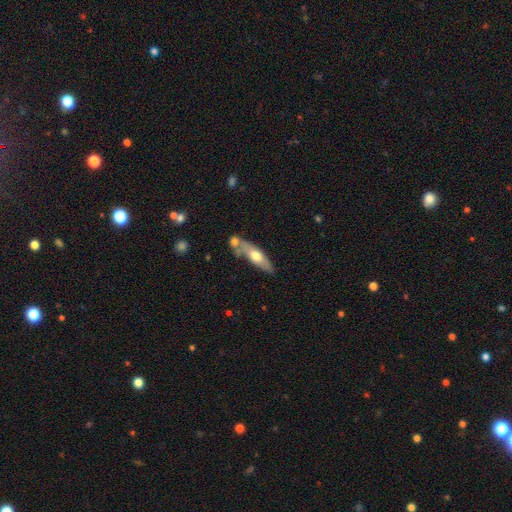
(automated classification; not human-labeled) Smooth or featured: smooth — 52% (featured or disk — 42%)
How rounded: cigar-shaped — 56% (in between — 42%)
Merging: none — 52% (merger — 24%)